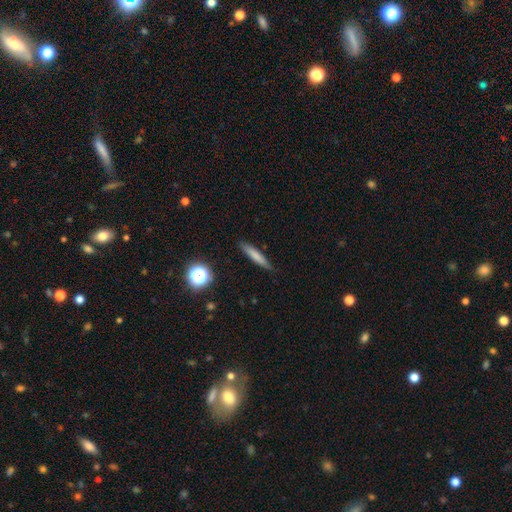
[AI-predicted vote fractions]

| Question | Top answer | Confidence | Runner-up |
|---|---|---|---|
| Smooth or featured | smooth | 73% | featured or disk (17%) |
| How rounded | cigar-shaped | 89% | in between (8%) |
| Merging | none | 86% | minor disturbance (10%) |